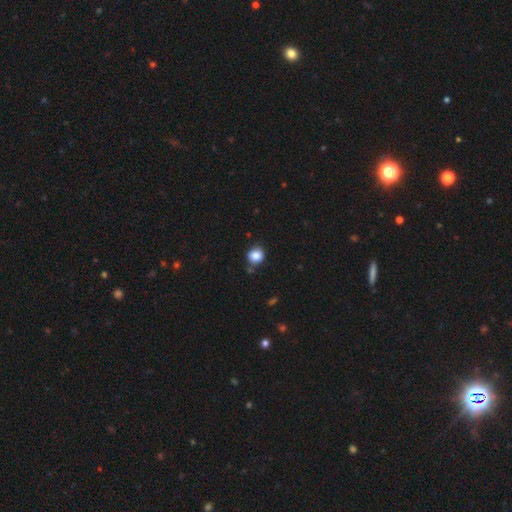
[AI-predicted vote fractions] The model was most divided on "merging": none: 80%, minor disturbance: 12%, merger: 5%, major disturbance: 3%. More confident: how rounded — round (87%); smooth or featured — smooth (85%).